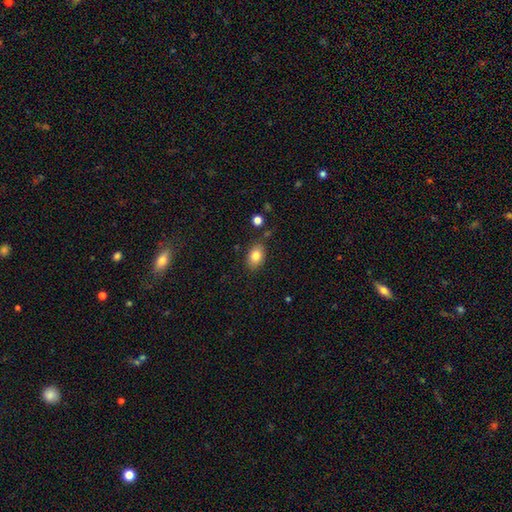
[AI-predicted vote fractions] Smooth or featured? smooth (83%)
How rounded? in between (82%)
Merging? none (80%)